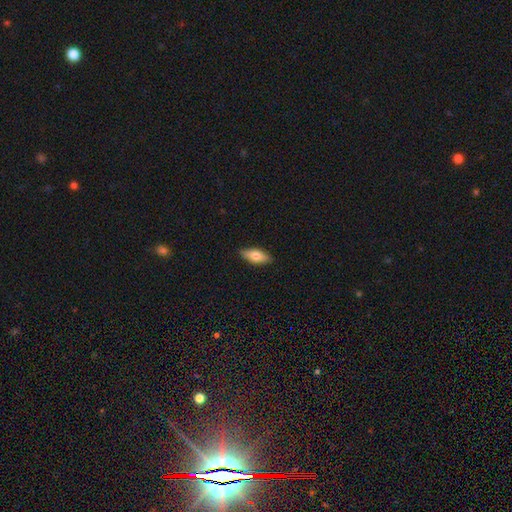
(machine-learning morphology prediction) smooth-or-featured: smooth: 75% | featured or disk: 19% | star or artifact: 6%
  how-rounded: in between: 75% | cigar-shaped: 23% | round: 3%
  merging: none: 86% | minor disturbance: 11% | major disturbance: 2% | merger: 1%